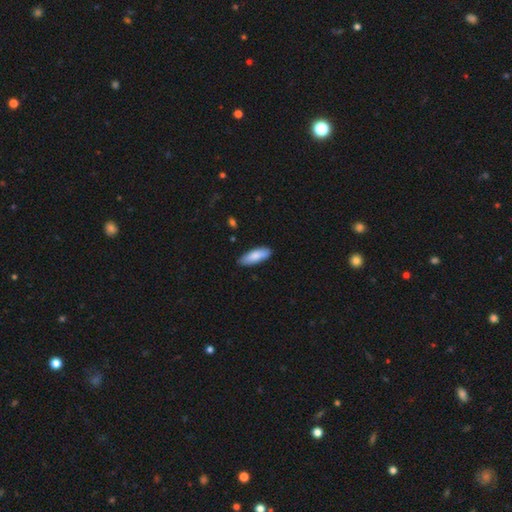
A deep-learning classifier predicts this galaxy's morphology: The model was most divided on "how rounded": in between: 67%, cigar-shaped: 32%, round: 2%. More confident: merging — none (85%); smooth or featured — smooth (83%).